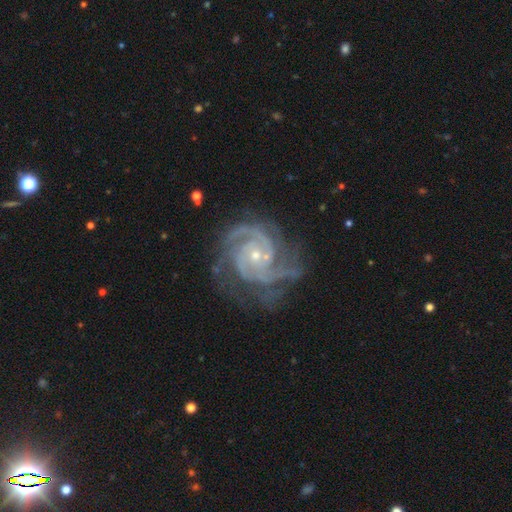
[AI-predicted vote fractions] featured or disk 93%, star or artifact 5%, smooth 2%. Down the decision tree: edge-on disk — no (98%); bar — no (70%); spiral arms — yes (99%); spiral arm count — 3 (36%); spiral winding — tight (65%); bulge size — small (70%); merging — none (64%).